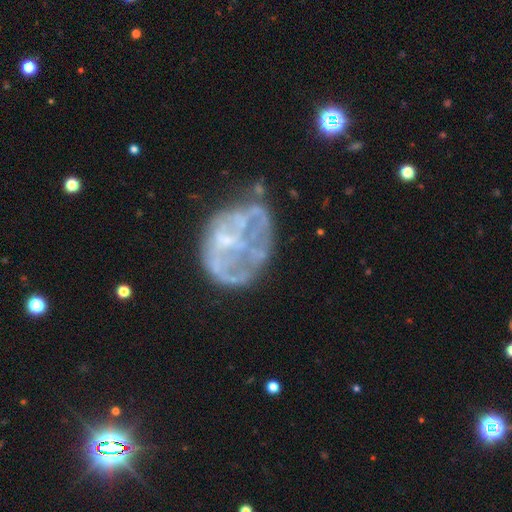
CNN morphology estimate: Smooth or featured? Predicted: featured or disk (p=0.68). Edge-on disk? Predicted: no (p=0.98). Bar? Predicted: no (p=0.78). Spiral arms? Predicted: no (p=0.71). Bulge size? Predicted: none (p=0.48). Merging? Predicted: none (p=0.39).